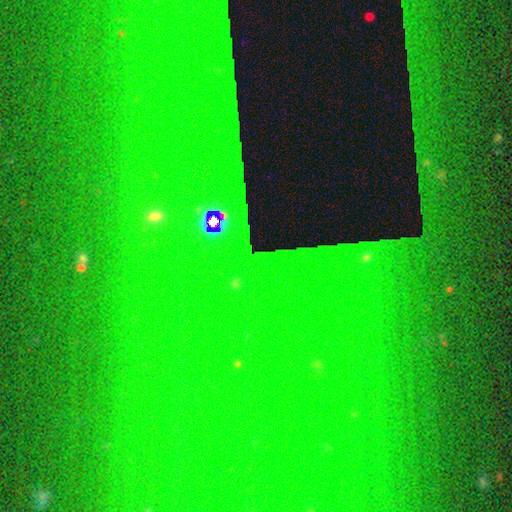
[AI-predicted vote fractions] Smooth or featured? Predicted: star or artifact (p=0.82).